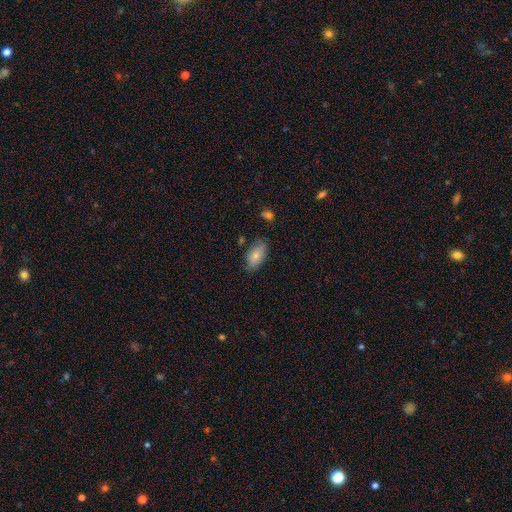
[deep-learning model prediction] This appears to be a smooth galaxy with no disk features (81%) that is in between round and cigar-shaped (93%). Merging: none (78%).